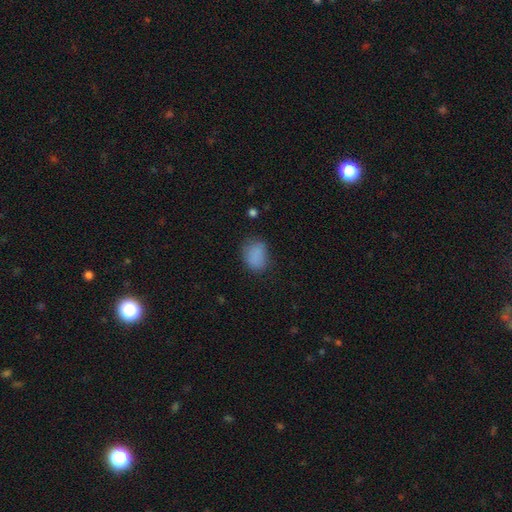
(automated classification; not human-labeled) This is clearly a smooth galaxy (83%). How rounded: likely in between (66%). Merging: likely none (69%).